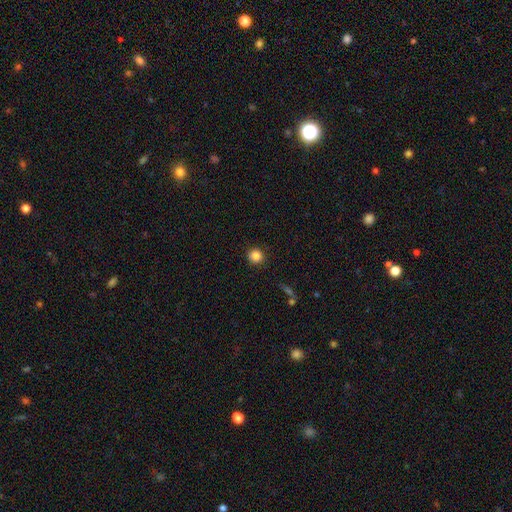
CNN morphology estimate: smooth_or_featured: smooth (p=0.85) [alt: star or artifact p=0.11]
how_rounded: round (p=0.94) [alt: in between p=0.05]
merging: none (p=0.91) [alt: minor disturbance p=0.06]